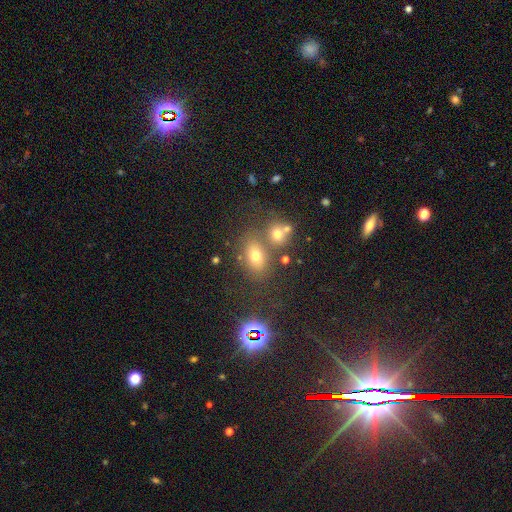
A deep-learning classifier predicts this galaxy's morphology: smooth-or-featured: smooth: 65% | star or artifact: 20% | featured or disk: 15%
  how-rounded: in between: 71% | round: 27% | cigar-shaped: 2%
  merging: none: 60% | merger: 23% | minor disturbance: 12% | major disturbance: 5%